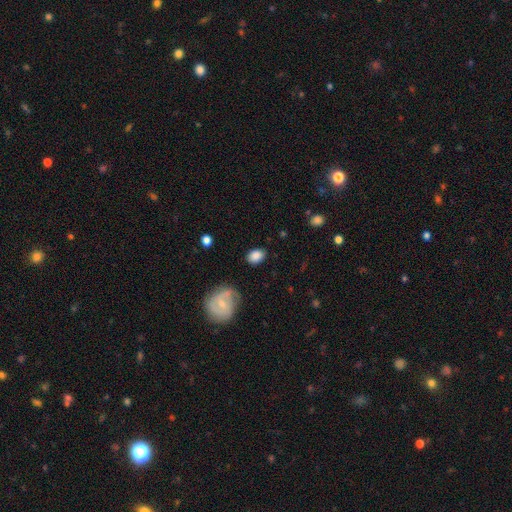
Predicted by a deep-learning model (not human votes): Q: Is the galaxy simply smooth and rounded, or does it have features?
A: smooth — 80%.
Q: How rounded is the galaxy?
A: in between — 73%.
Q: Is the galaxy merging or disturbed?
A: none — 80%.